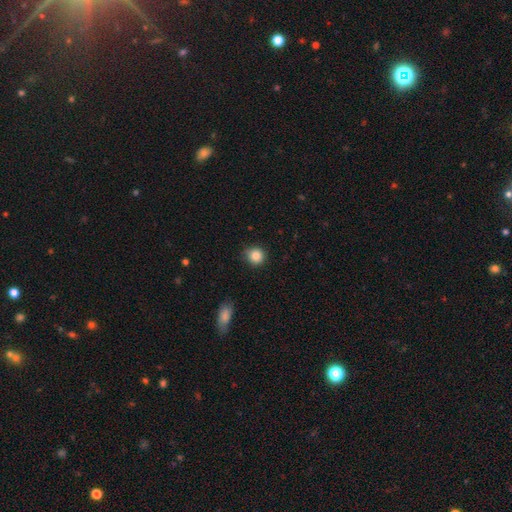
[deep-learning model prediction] smooth-or-featured: smooth: 86% | star or artifact: 10% | featured or disk: 4%
  how-rounded: round: 90% | in between: 9% | cigar-shaped: 1%
  merging: none: 84% | minor disturbance: 12% | major disturbance: 2% | merger: 1%